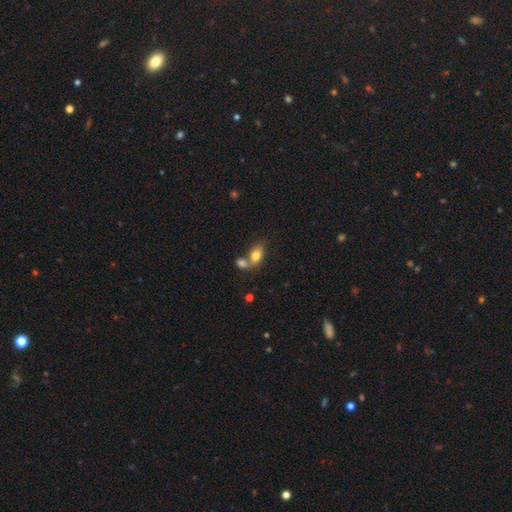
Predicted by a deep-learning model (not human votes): Smooth or featured?
  - smooth: 79% *
  - featured or disk: 12%
  - star or artifact: 9%
How rounded?
  - in between: 85% *
  - round: 12%
  - cigar-shaped: 4%
Merging?
  - merger: 43% *
  - none: 42%
  - minor disturbance: 11%
  - major disturbance: 4%